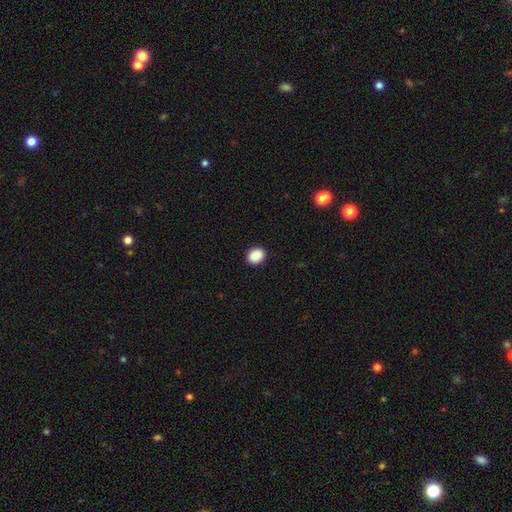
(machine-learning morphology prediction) Smooth or featured? smooth (90%)
How rounded? round (63%)
Merging? none (91%)